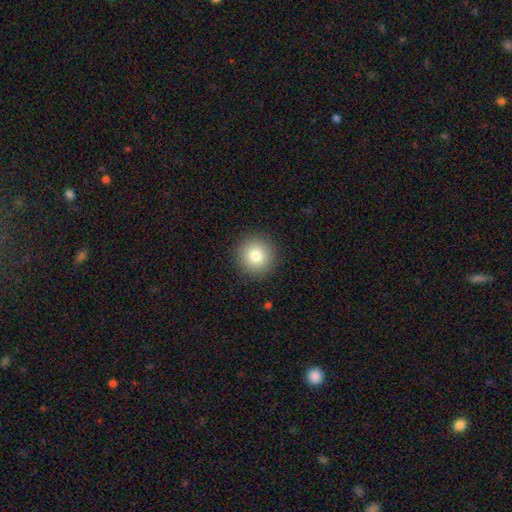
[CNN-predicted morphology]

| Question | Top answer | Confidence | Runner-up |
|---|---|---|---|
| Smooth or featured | smooth | 81% | star or artifact (10%) |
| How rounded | round | 95% | in between (4%) |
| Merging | none | 92% | minor disturbance (5%) |